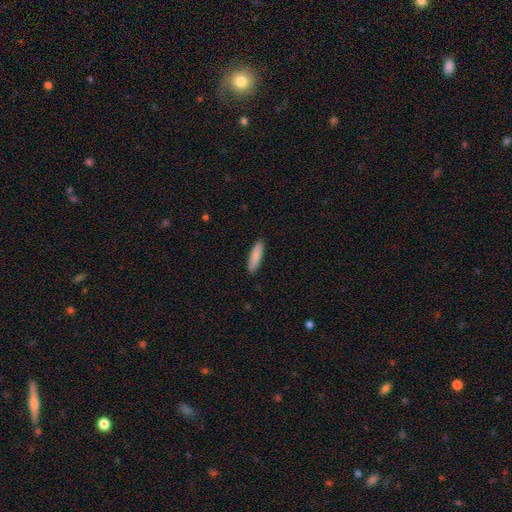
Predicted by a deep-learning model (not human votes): Smooth or featured? smooth (86%)
How rounded? cigar-shaped (65%)
Merging? none (89%)